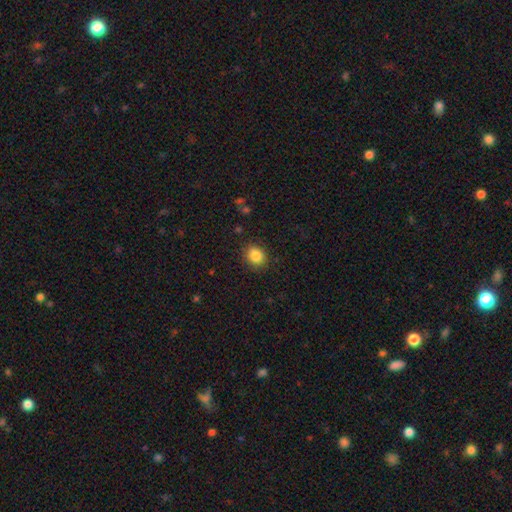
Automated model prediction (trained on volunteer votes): smooth 85%, star or artifact 10%, featured or disk 5%. Down the decision tree: how rounded — round (60%); merging — none (85%).